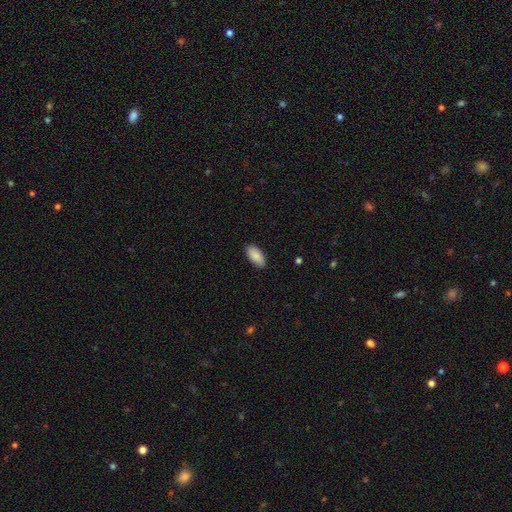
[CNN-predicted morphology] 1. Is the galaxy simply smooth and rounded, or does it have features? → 89% smooth, 6% star or artifact, 5% featured or disk.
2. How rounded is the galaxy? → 94% in between, 4% cigar-shaped, 2% round.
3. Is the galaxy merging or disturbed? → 88% none, 9% minor disturbance, 2% major disturbance, 1% merger.